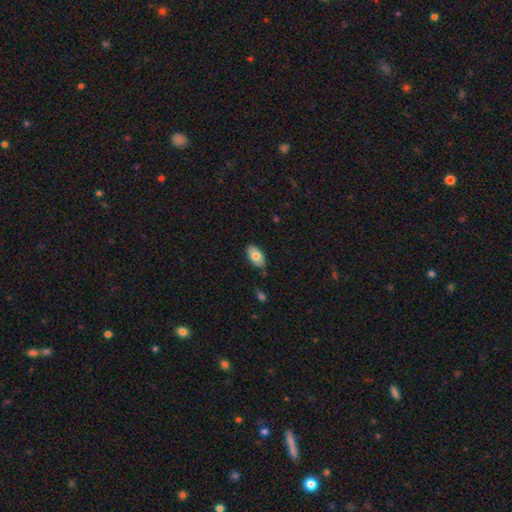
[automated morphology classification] smooth-or-featured: smooth: 73% | featured or disk: 20% | star or artifact: 6%
  how-rounded: in between: 94% | round: 4% | cigar-shaped: 2%
  merging: none: 76% | minor disturbance: 19% | major disturbance: 3% | merger: 2%